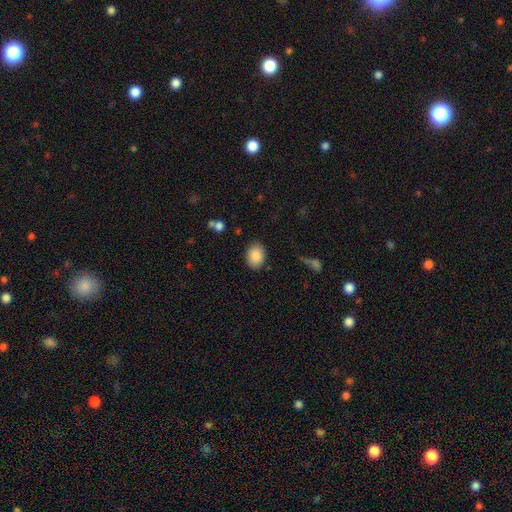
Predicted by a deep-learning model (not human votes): A smooth galaxy with no disk features (88%) that is in between round and cigar-shaped (73%).

Vote fractions:
- Smooth or featured? smooth: 88% / star or artifact: 7% / featured or disk: 5%
- How rounded? in between: 73% / round: 26% / cigar-shaped: 1%
- Merging? none: 86% / minor disturbance: 10% / major disturbance: 3% / merger: 1%